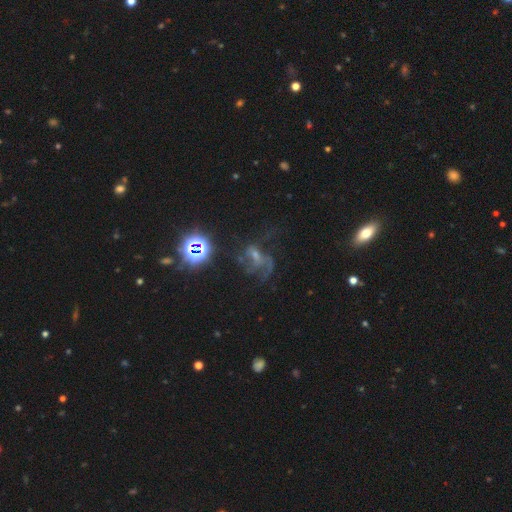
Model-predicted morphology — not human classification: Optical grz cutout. It shows a featured or disk galaxy (54%) with no bar (55%), spiral arms (72%) and a small central bulge (47%). Merging: none (40%).